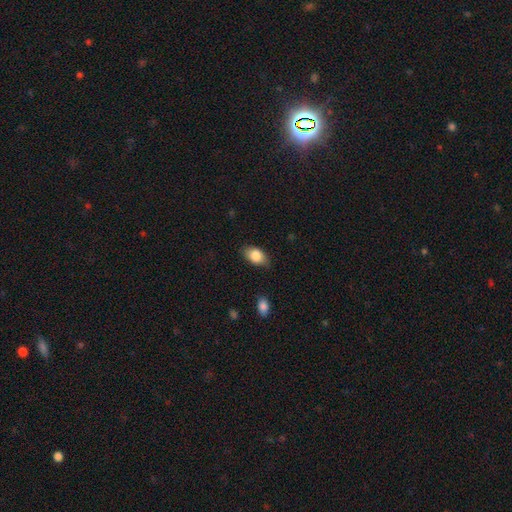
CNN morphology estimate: Smooth or featured? Predicted: smooth (p=0.85). How rounded? Predicted: in between (p=0.88). Merging? Predicted: none (p=0.80).